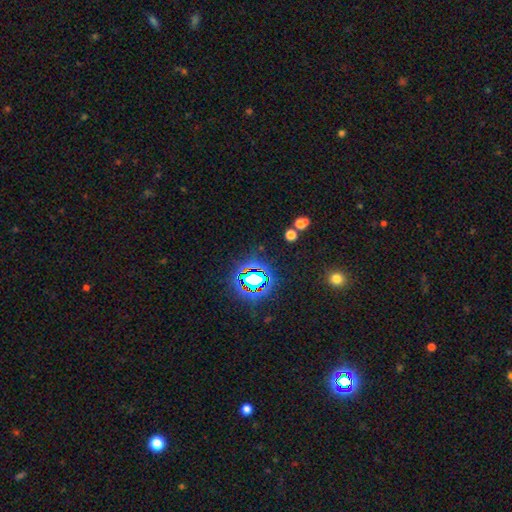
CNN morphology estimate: Smooth or featured: star or artifact — 78% (smooth — 14%)